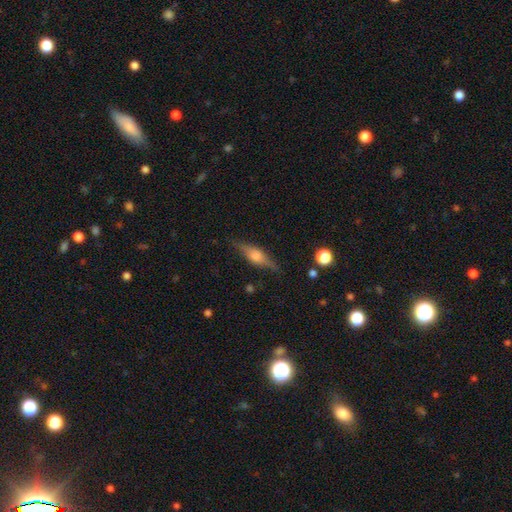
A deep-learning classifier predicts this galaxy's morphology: Smooth or featured: featured or disk — 63% (smooth — 29%)
Edge-on disk: yes — 95% (no — 5%)
Edge-on bulge: rounded — 85% (boxy — 13%)
Merging: none — 82% (minor disturbance — 13%)